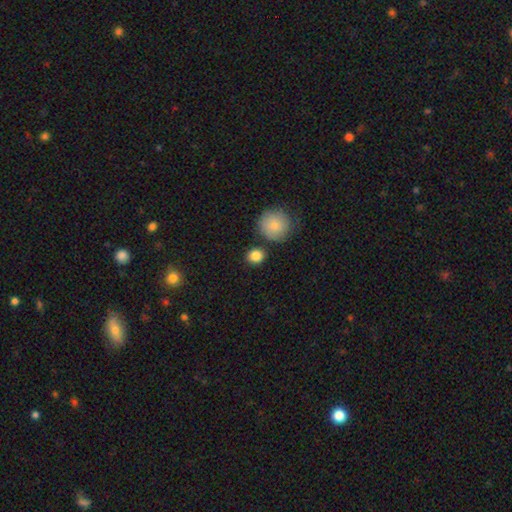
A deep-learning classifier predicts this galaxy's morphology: The model was most divided on "how rounded": round: 81%, in between: 18%, cigar-shaped: 1%. More confident: smooth or featured — smooth (86%); merging — none (80%).